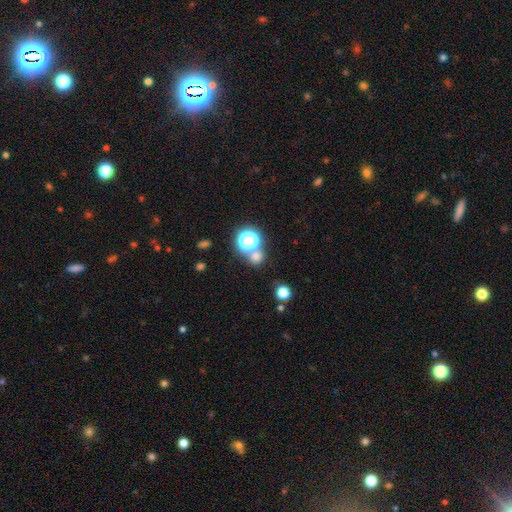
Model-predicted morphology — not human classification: Overall: smooth (63%; star or artifact 30%). How rounded: round (84%). Merging: none (63%; merger 25%).